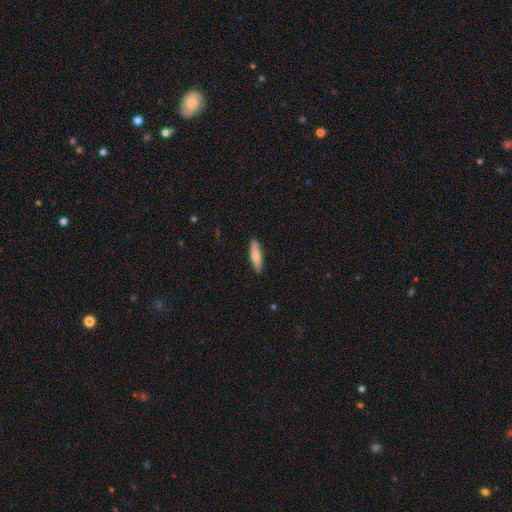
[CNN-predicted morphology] Smooth or featured? Predicted: smooth (p=0.68). How rounded? Predicted: cigar-shaped (p=0.74). Merging? Predicted: none (p=0.89).